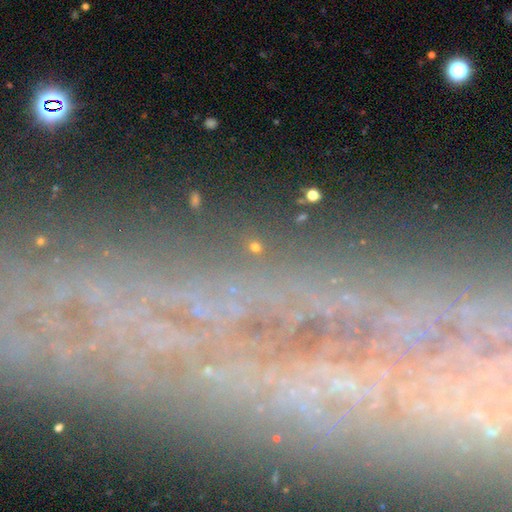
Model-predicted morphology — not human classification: Overall: star or artifact (44%; featured or disk 40%).